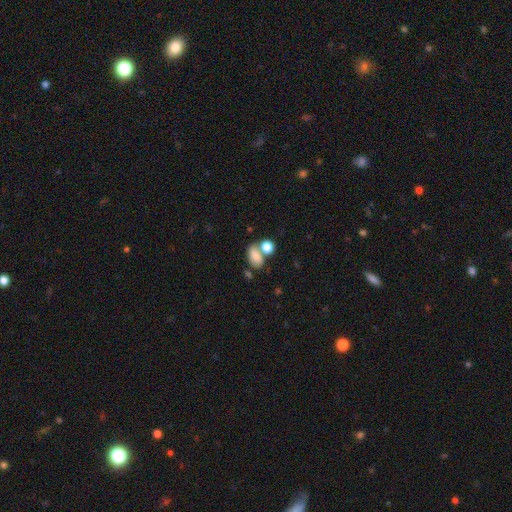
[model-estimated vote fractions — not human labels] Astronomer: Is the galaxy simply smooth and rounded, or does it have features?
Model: smooth — 76%.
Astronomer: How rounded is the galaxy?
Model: in between — 82%.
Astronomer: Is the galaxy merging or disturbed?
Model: none — 40% (runner-up: merger, 38%).